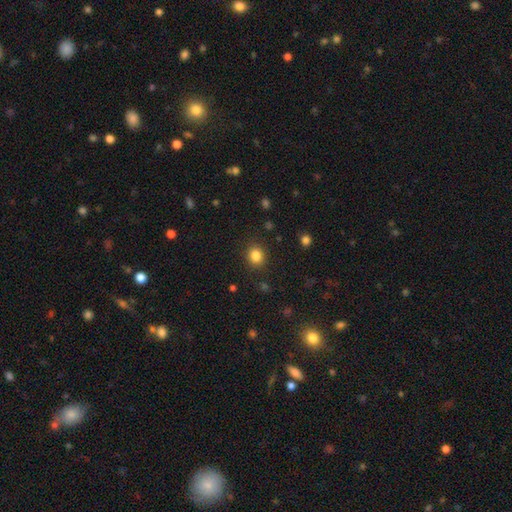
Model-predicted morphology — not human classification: Smooth or featured? Predicted: smooth (p=0.84). How rounded? Predicted: round (p=0.71). Merging? Predicted: none (p=0.88).